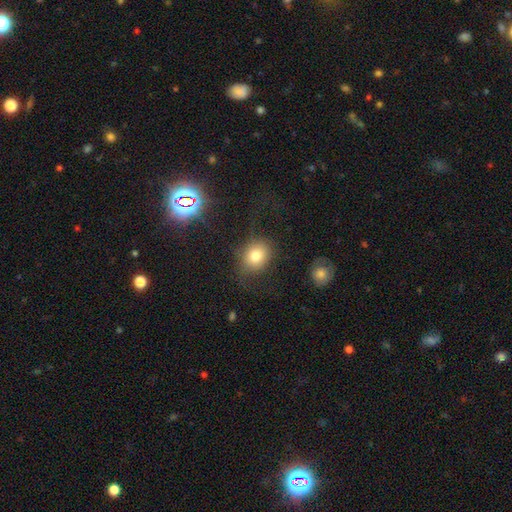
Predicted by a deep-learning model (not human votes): This is likely a smooth galaxy (76%). How rounded: likely round (64%). Merging: likely none (67%).